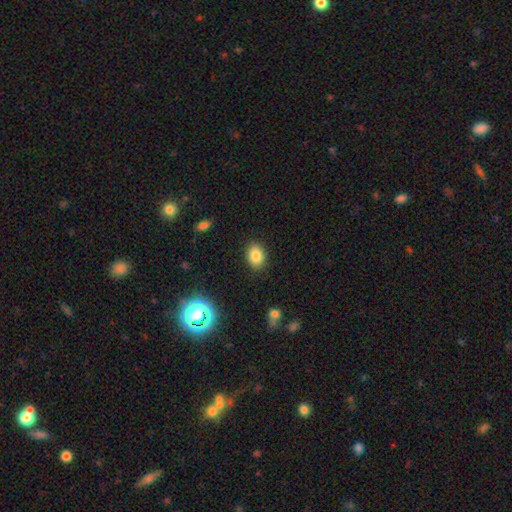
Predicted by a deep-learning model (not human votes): Overall: smooth (84%). How rounded: in between (76%). Merging: none (88%).